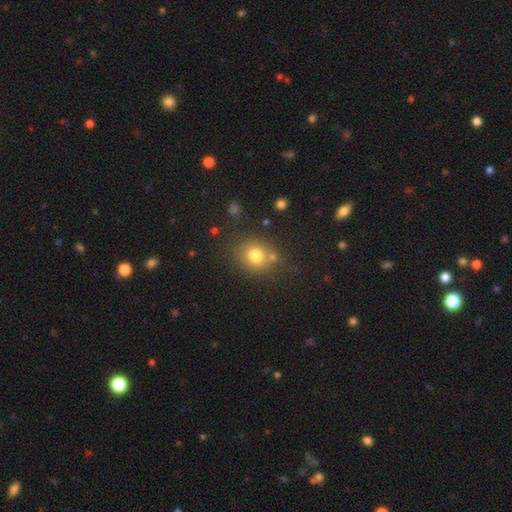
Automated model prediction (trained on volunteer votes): This is likely a smooth galaxy (77%). How rounded: likely round (78%). Merging: likely none (72%).